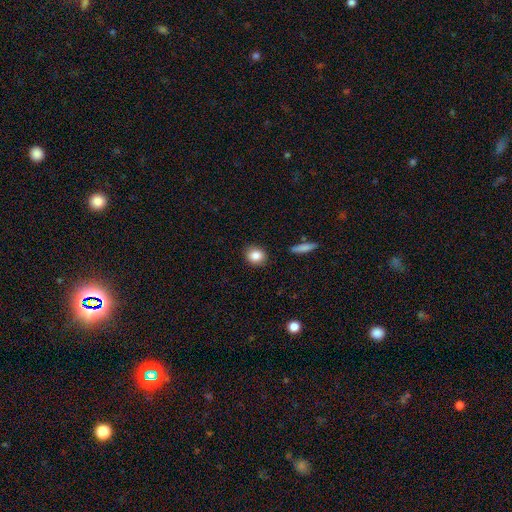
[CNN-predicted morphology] The model was most divided on "how rounded": round: 68%, in between: 30%, cigar-shaped: 2%. More confident: merging — none (87%); smooth or featured — smooth (85%).